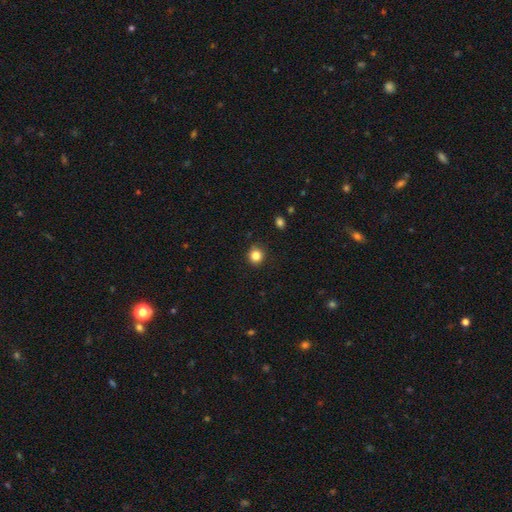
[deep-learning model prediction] smooth 84%, star or artifact 11%, featured or disk 5%. Down the decision tree: how rounded — round (89%); merging — none (88%).